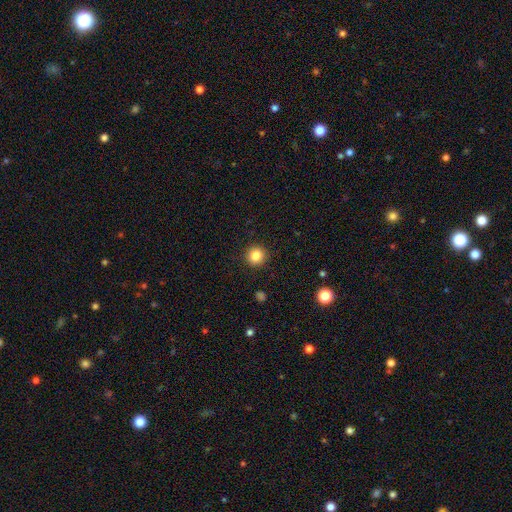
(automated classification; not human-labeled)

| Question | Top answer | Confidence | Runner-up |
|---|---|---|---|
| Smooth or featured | smooth | 84% | star or artifact (11%) |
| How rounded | round | 92% | in between (7%) |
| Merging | none | 91% | minor disturbance (6%) |